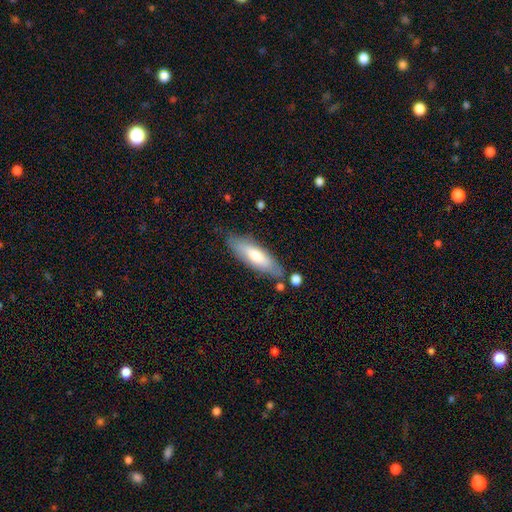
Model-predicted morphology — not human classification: A smooth galaxy with no disk features (64%) that is cigar-shaped (51%).

Vote fractions:
- Smooth or featured? smooth: 64% / featured or disk: 31% / star or artifact: 6%
- How rounded? cigar-shaped: 51% / in between: 47% / round: 2%
- Merging? none: 76% / minor disturbance: 16% / merger: 5% / major disturbance: 3%